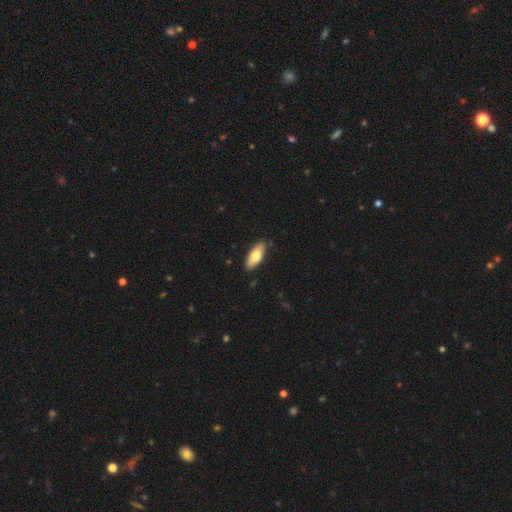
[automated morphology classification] A smooth galaxy with no disk features (75%) that is in between round and cigar-shaped (81%).

Vote fractions:
- Smooth or featured? smooth: 75% / featured or disk: 20% / star or artifact: 5%
- How rounded? in between: 81% / cigar-shaped: 17% / round: 2%
- Merging? none: 87% / minor disturbance: 11% / major disturbance: 2% / merger: 1%